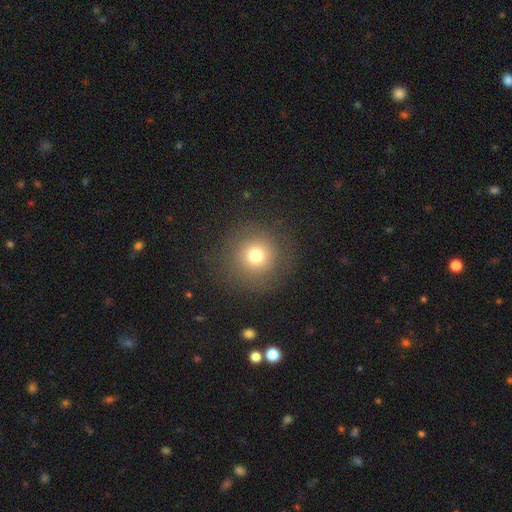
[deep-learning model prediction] A smooth galaxy with no disk features (74%) that is round (95%). Merging: none (86%).